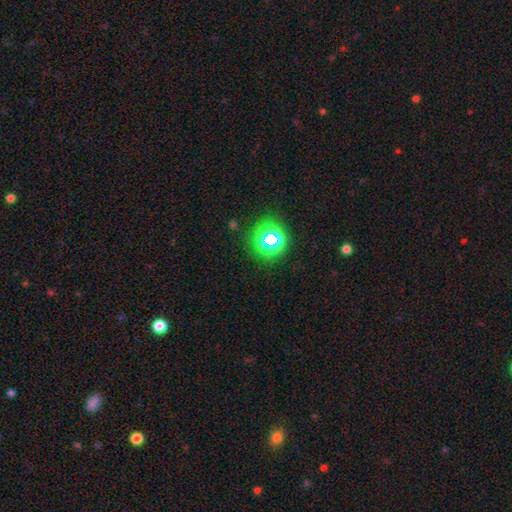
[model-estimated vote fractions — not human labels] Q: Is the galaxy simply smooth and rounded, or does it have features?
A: star or artifact — 57%.